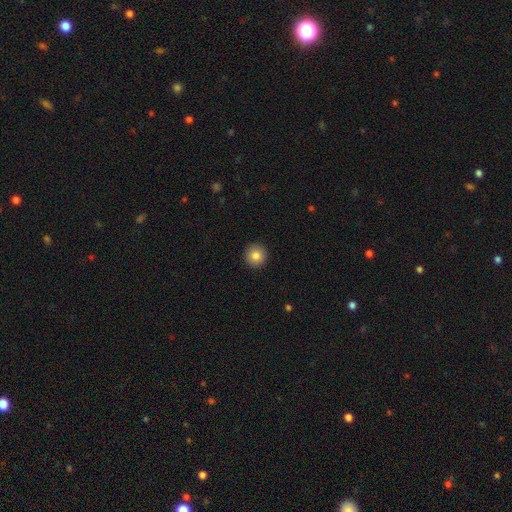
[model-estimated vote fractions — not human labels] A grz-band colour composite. It shows a smooth galaxy with no disk features (84%) that is round (96%). Merging: none (93%).